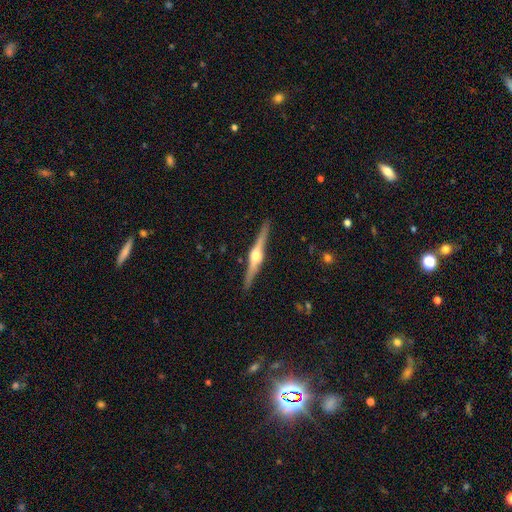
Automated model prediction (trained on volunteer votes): smooth-or-featured: featured or disk: 84% | smooth: 12% | star or artifact: 5%
  disk-edge-on: yes: 98% | no: 2%
    edge-on-bulge: rounded: 94% | boxy: 4% | none: 2%
  merging: none: 91% | minor disturbance: 7% | major disturbance: 1% | merger: 1%